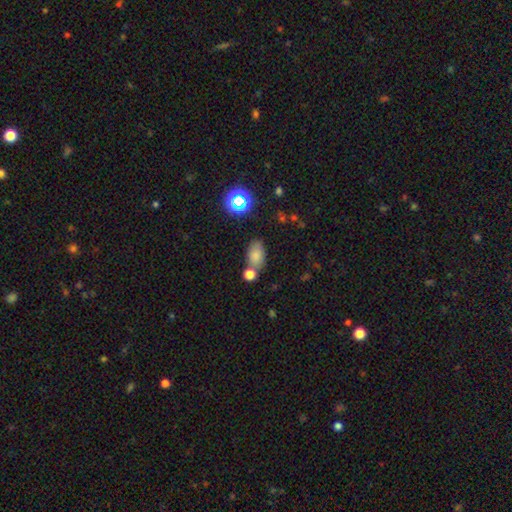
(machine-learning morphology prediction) A smooth galaxy with no disk features (77%) that is in between round and cigar-shaped (87%). Merging: none (62%).